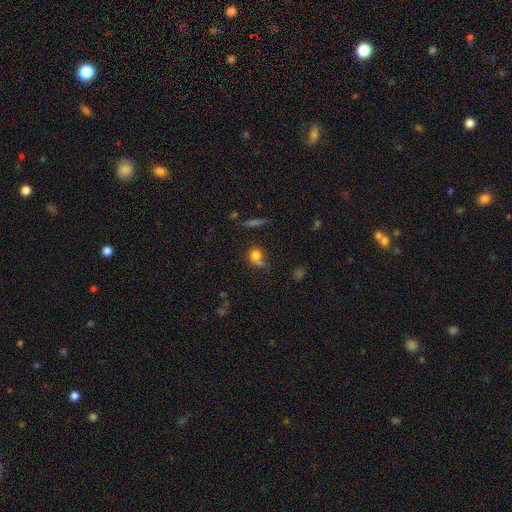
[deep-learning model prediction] This appears to be a smooth galaxy with no disk features (76%) that is round (69%). Merging: none (51%).